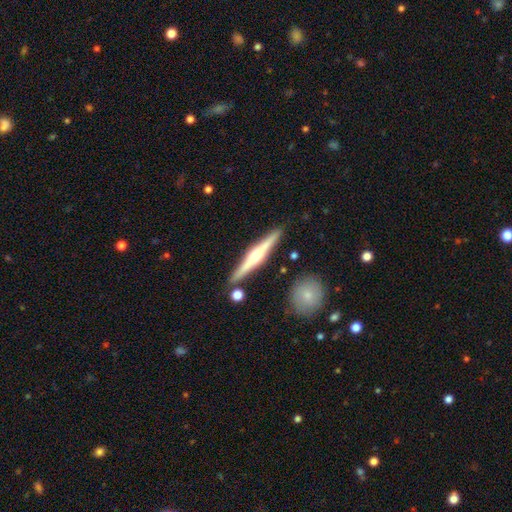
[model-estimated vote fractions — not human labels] Overall: featured or disk (73%). Edge-on disk: yes (98%). Edge-on bulge: rounded (89%). Merging: none (88%).